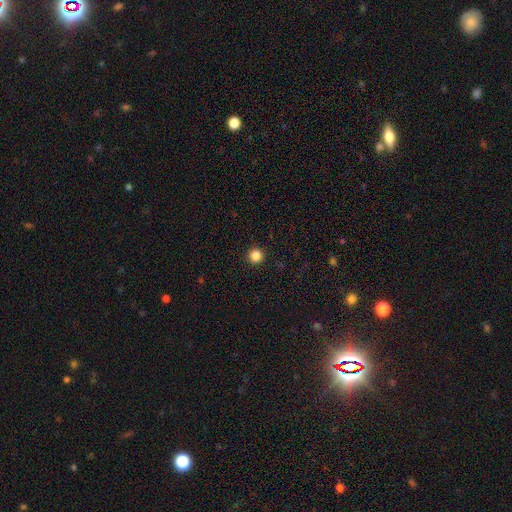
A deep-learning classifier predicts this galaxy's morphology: Smooth or featured: smooth — 85% (star or artifact — 12%)
How rounded: round — 96% (in between — 3%)
Merging: none — 93% (minor disturbance — 4%)